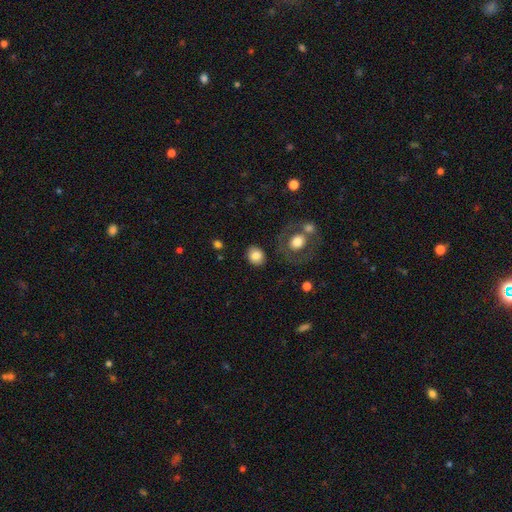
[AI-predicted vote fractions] Overall: smooth (80%). How rounded: round (63%; in between 36%). Merging: none (85%).